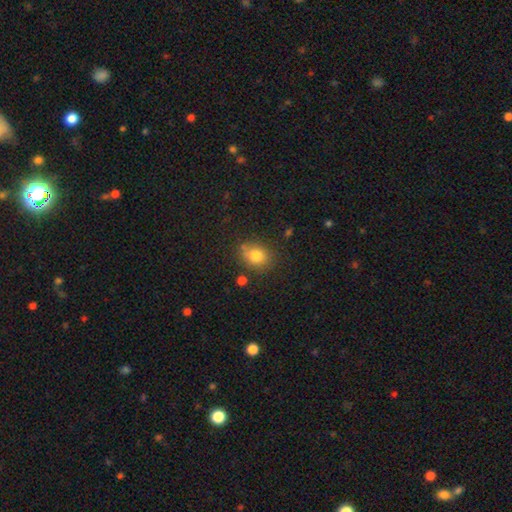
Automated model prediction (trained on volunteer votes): Smooth or featured?
  - smooth: 80% *
  - star or artifact: 11%
  - featured or disk: 9%
How rounded?
  - round: 55% *
  - in between: 43%
  - cigar-shaped: 1%
Merging?
  - none: 71% *
  - minor disturbance: 17%
  - merger: 7%
  - major disturbance: 5%